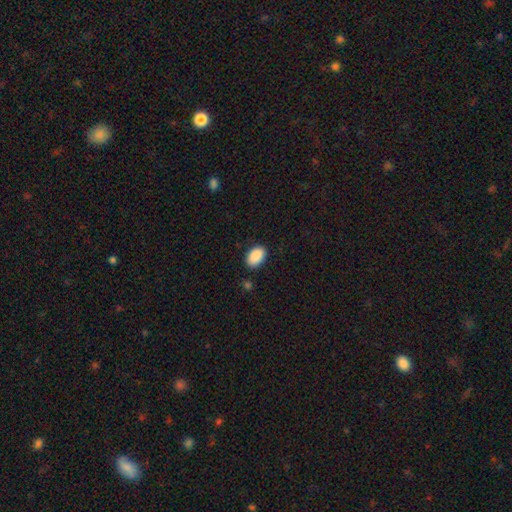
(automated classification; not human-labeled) Smooth or featured: smooth — 90% (star or artifact — 7%)
How rounded: in between — 91% (round — 7%)
Merging: none — 85% (minor disturbance — 11%)